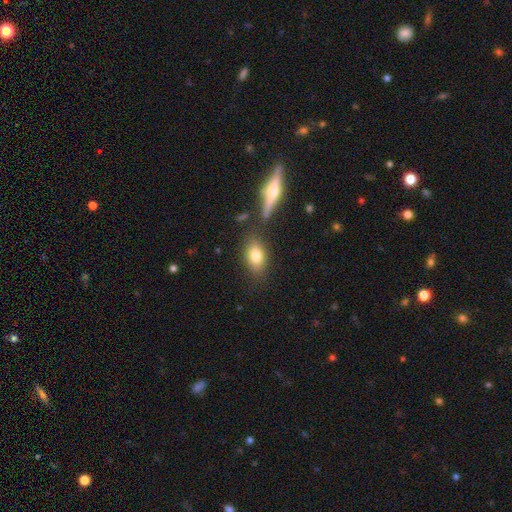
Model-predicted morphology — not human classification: smooth 77%, featured or disk 15%, star or artifact 8%. Down the decision tree: how rounded — in between (84%); merging — none (75%).